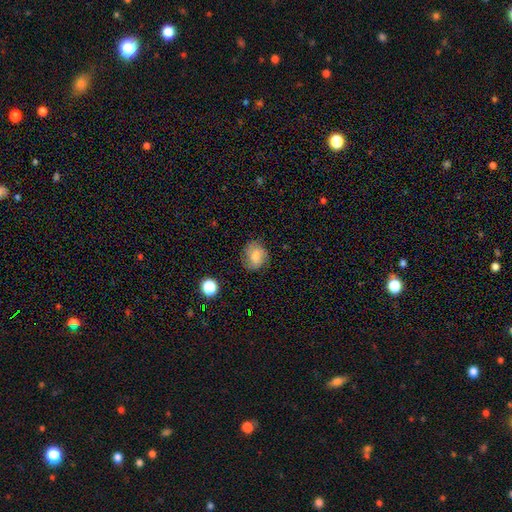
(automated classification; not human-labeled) A smooth galaxy with no disk features (62%) that is round (69%). Merging: none (73%).